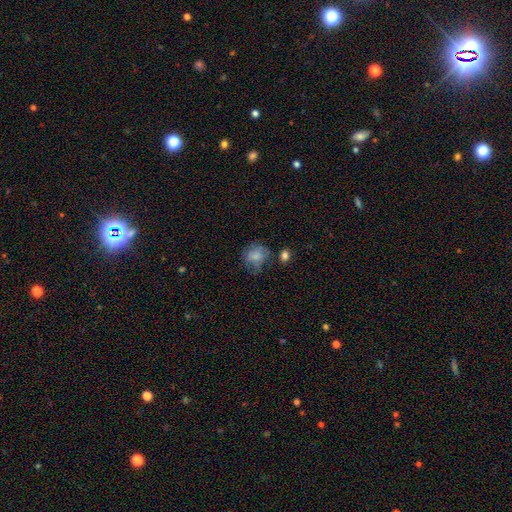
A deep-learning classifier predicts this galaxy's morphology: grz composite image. It shows a smooth galaxy with no disk features (70%) that is round (62%). Merging: none (49%).